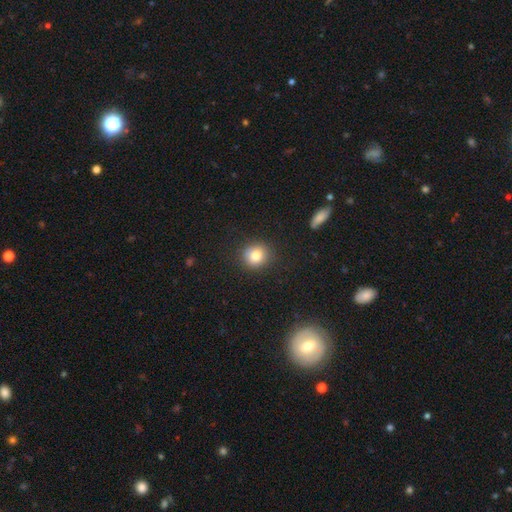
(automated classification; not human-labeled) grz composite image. It shows a smooth galaxy with no disk features (81%) that is round (86%). Merging: none (89%).